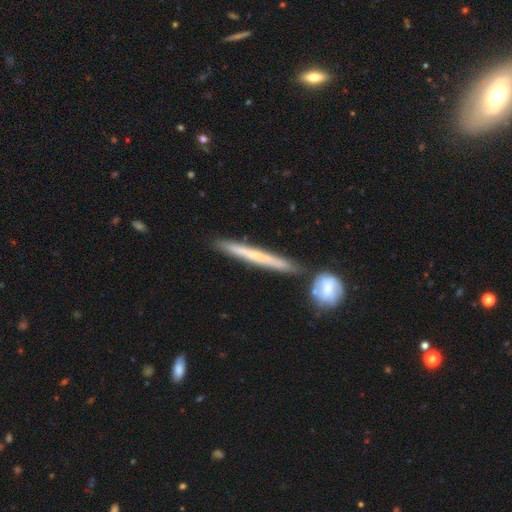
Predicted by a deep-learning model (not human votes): featured or disk 51%, smooth 43%, star or artifact 6%. Down the decision tree: edge-on disk — yes (94%); merging — none (82%).